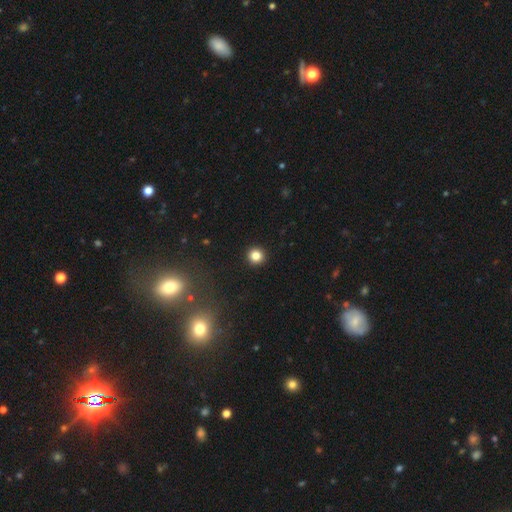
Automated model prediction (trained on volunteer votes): smooth_or_featured: smooth (p=0.83) [alt: star or artifact p=0.12]
how_rounded: round (p=0.95) [alt: in between p=0.04]
merging: none (p=0.94) [alt: minor disturbance p=0.04]